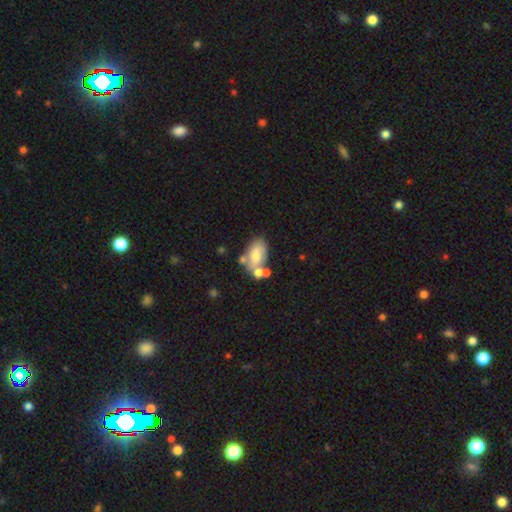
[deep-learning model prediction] A smooth galaxy with no disk features (58%) that is in between round and cigar-shaped (90%).

Vote fractions:
- Smooth or featured? smooth: 58% / featured or disk: 33% / star or artifact: 9%
- How rounded? in between: 90% / round: 8% / cigar-shaped: 2%
- Merging? none: 35% (tied) / merger: 35% (tied) / minor disturbance: 19% / major disturbance: 11%